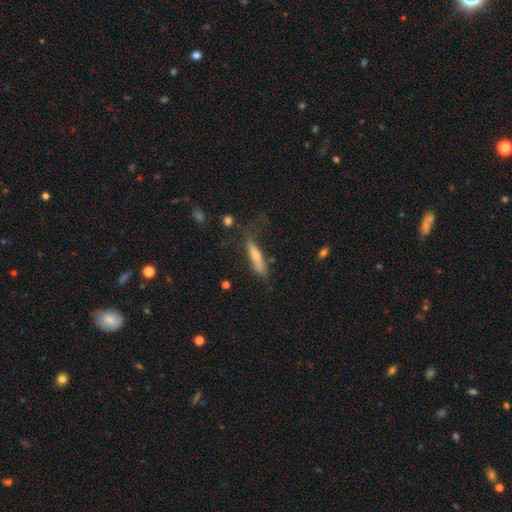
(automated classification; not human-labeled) A smooth galaxy with no disk features (56%) that is cigar-shaped (87%). Merging: none (55%).